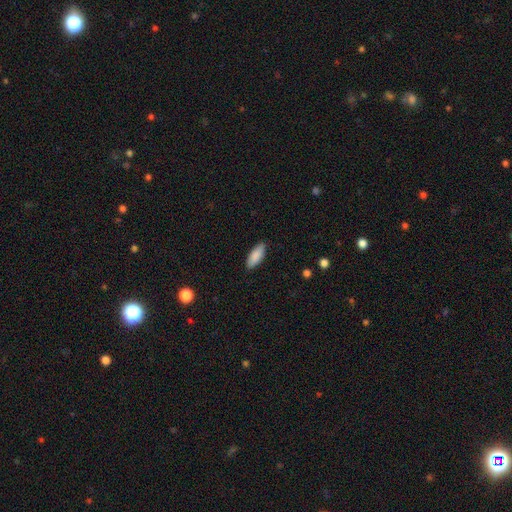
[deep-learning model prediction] Smooth or featured: smooth — 88% (featured or disk — 6%)
How rounded: in between — 76% (cigar-shaped — 22%)
Merging: none — 87% (minor disturbance — 10%)